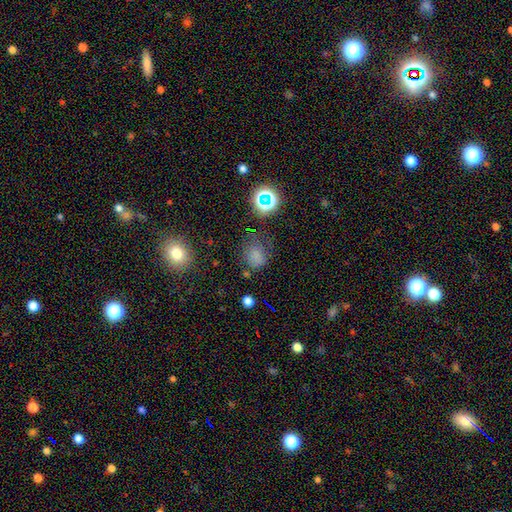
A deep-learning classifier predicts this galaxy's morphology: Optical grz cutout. It shows a smooth galaxy with no disk features (67%) that is round (65%). Merging: none (60%).